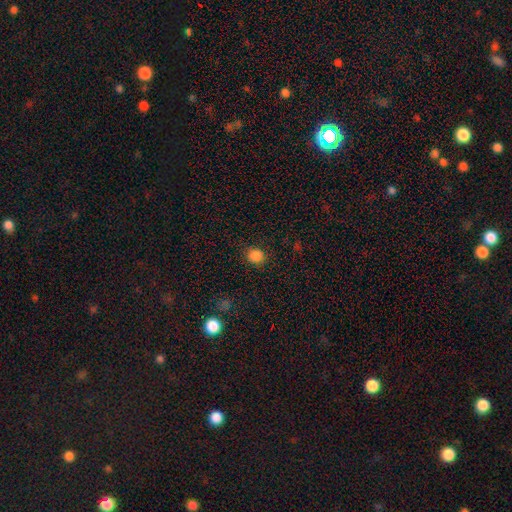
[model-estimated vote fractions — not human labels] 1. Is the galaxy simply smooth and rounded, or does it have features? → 85% smooth, 12% star or artifact, 3% featured or disk.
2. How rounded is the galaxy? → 84% round, 15% in between, 1% cigar-shaped.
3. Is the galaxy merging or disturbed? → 88% none, 8% minor disturbance, 3% major disturbance, 1% merger.